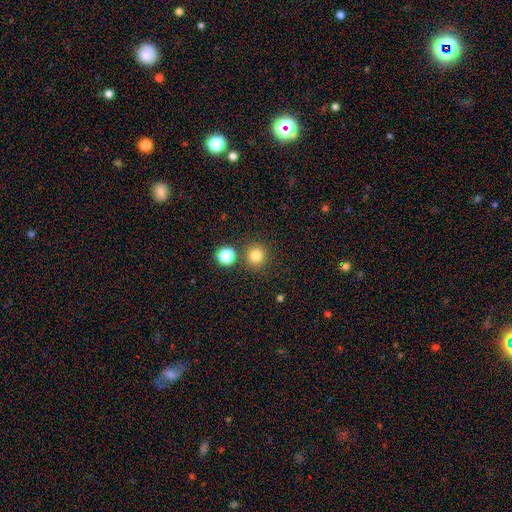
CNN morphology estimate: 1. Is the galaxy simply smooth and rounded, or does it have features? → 79% smooth, 14% star or artifact, 6% featured or disk.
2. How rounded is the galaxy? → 92% round, 7% in between, 1% cigar-shaped.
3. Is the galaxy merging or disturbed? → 80% none, 10% merger, 7% minor disturbance, 3% major disturbance.